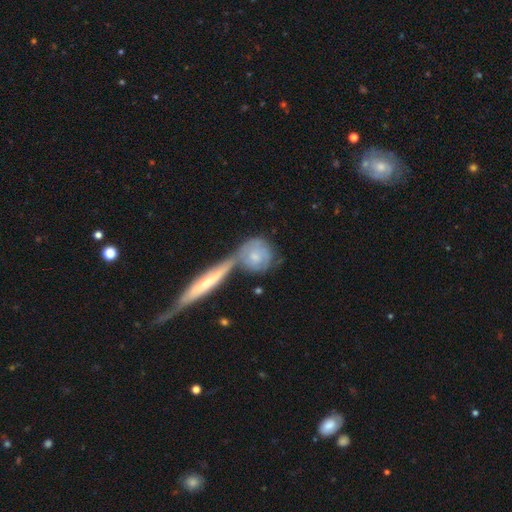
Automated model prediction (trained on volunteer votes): Morphology: type=smooth (54%); roundness=round (75%); merging=none (40%, tied with merger).